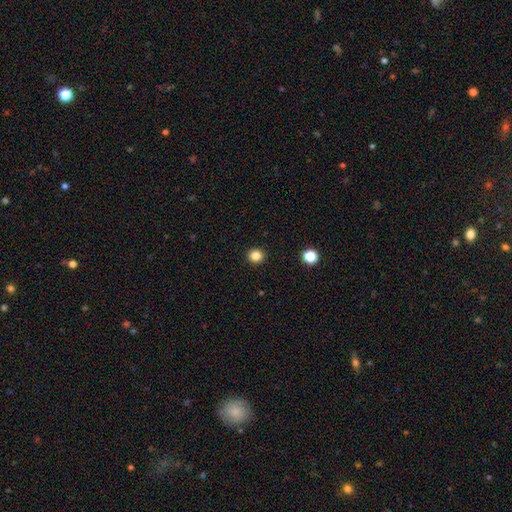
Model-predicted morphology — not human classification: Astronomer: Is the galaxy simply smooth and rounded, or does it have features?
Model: smooth — 84%.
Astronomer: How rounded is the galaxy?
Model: round — 90%.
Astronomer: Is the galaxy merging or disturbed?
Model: none — 93%.